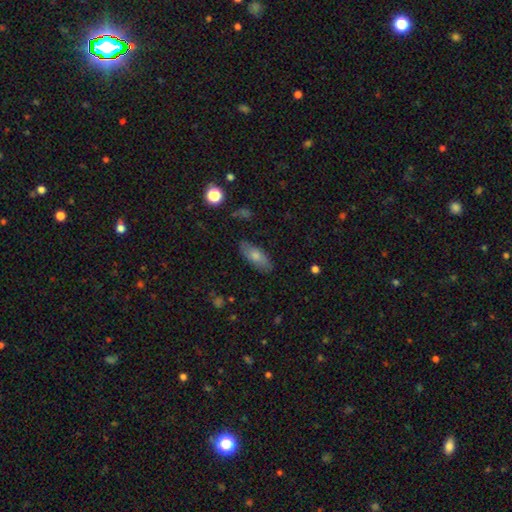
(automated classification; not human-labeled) Smooth or featured: smooth — 72% (featured or disk — 22%)
How rounded: in between — 78% (cigar-shaped — 19%)
Merging: none — 83% (minor disturbance — 13%)